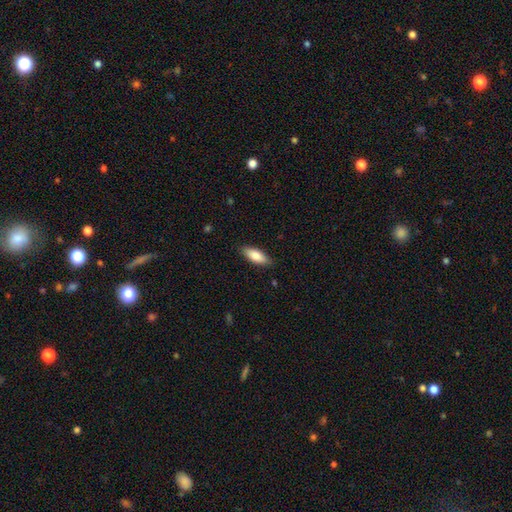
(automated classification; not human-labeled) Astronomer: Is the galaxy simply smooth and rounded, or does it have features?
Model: smooth — 82%.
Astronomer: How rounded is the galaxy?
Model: in between — 73%.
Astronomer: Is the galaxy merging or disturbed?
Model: none — 86%.